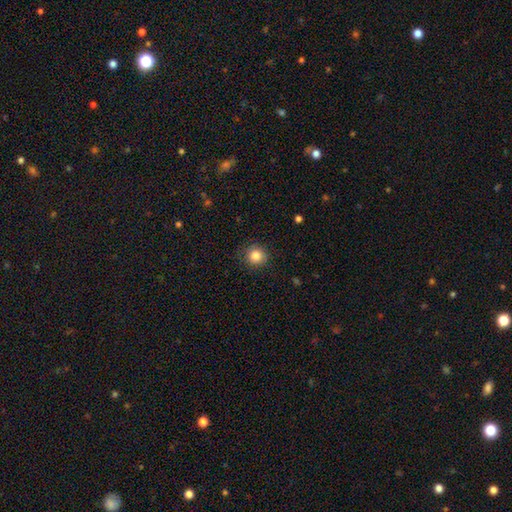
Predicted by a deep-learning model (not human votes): Overall: smooth (85%). How rounded: round (89%). Merging: none (87%).